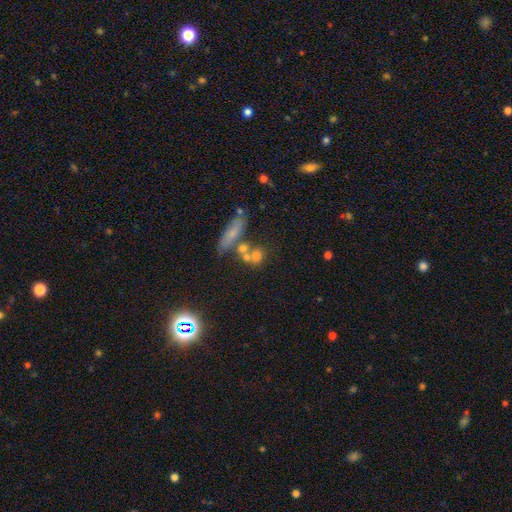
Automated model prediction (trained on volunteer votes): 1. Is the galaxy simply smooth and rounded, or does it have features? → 63% smooth, 21% featured or disk, 16% star or artifact.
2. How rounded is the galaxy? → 56% round, 32% in between, 13% cigar-shaped.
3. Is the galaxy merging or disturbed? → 42% none, 40% merger, 11% minor disturbance, 7% major disturbance.